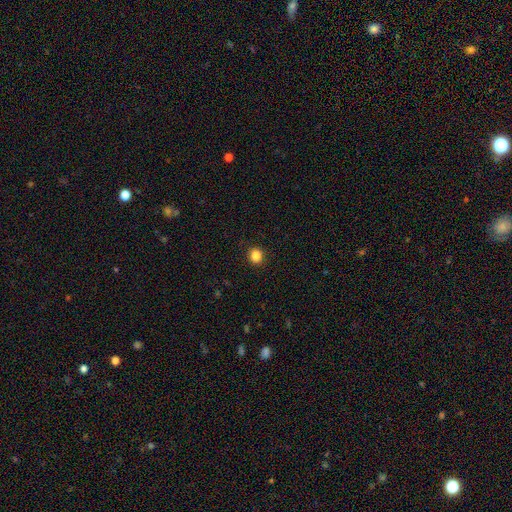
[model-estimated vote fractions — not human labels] The model was most divided on "how rounded": round: 85%, in between: 14%, cigar-shaped: 1%. More confident: merging — none (92%); smooth or featured — smooth (86%).